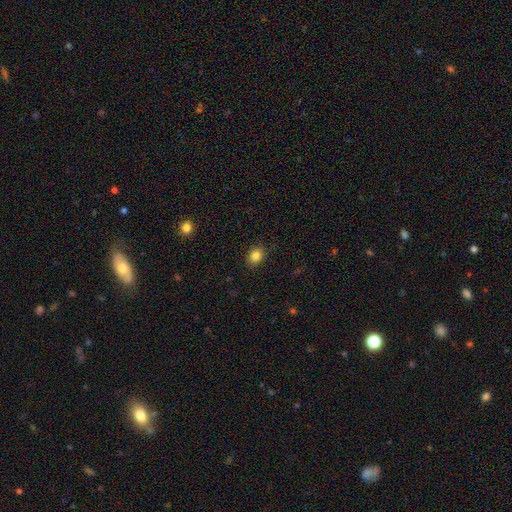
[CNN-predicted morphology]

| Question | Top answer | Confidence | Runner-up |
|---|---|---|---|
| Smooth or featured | smooth | 84% | star or artifact (10%) |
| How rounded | round | 53% | in between (46%) |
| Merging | none | 87% | minor disturbance (10%) |